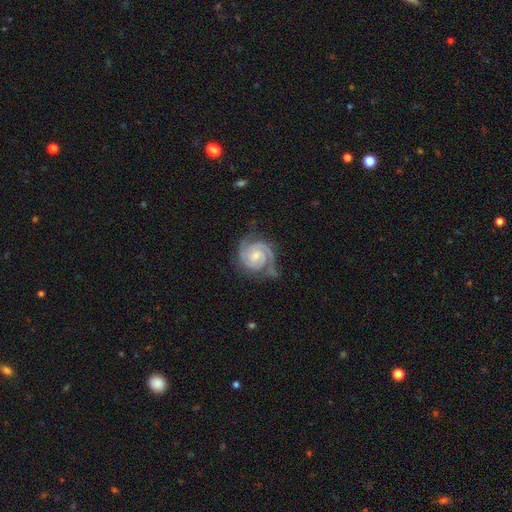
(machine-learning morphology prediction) A featured or disk galaxy (89%) with no bar (54%), 2 (60%) tight (67%) spiral arms (98%) and a small central bulge (46%). Merging: none (65%).